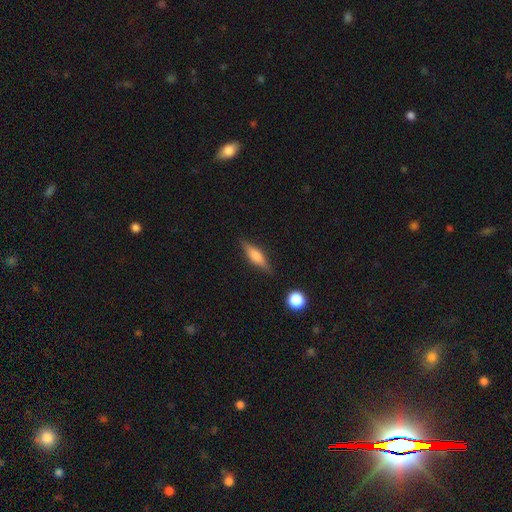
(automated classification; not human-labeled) Morphology: type=smooth (47%); merging=none (85%).